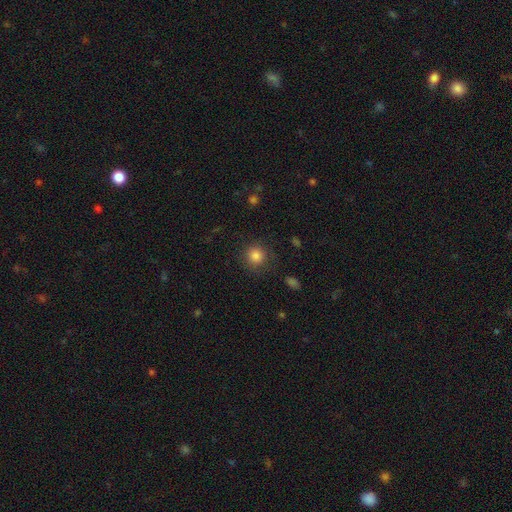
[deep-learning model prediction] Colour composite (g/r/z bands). It shows a smooth galaxy with no disk features (84%) that is round (91%). Merging: none (84%).